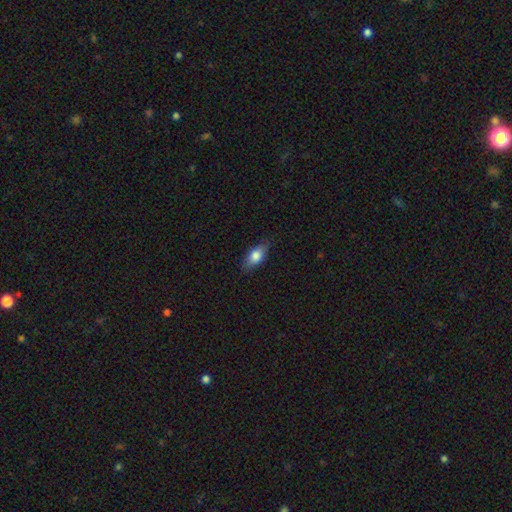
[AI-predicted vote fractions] A smooth galaxy with no disk features (76%) that is in between round and cigar-shaped (83%). Merging: none (82%).